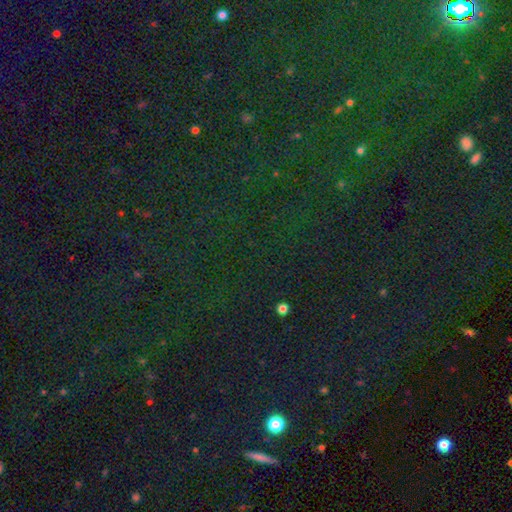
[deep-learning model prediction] smooth-or-featured: star or artifact: 79% | smooth: 13% | featured or disk: 8%